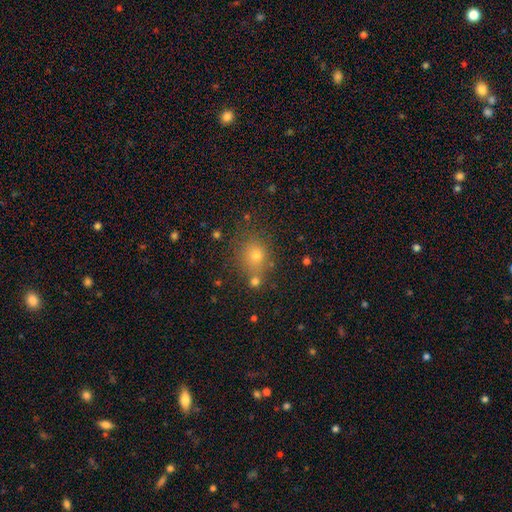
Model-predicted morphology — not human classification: Overall: smooth (69%). How rounded: round (73%). Merging: none (71%).